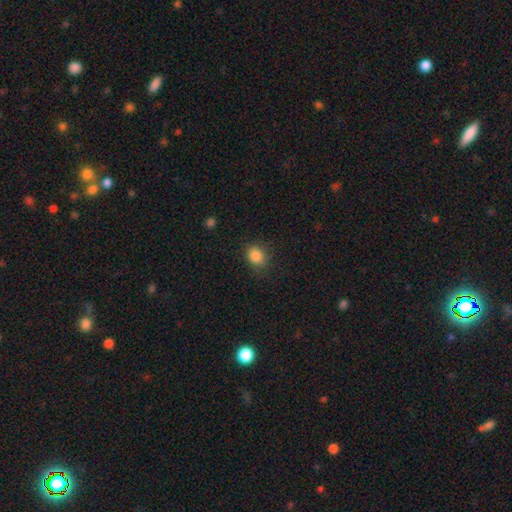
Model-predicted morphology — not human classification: smooth-or-featured: smooth: 85% | star or artifact: 11% | featured or disk: 4%
  how-rounded: round: 67% | in between: 32% | cigar-shaped: 1%
  merging: none: 81% | minor disturbance: 13% | major disturbance: 4% | merger: 1%